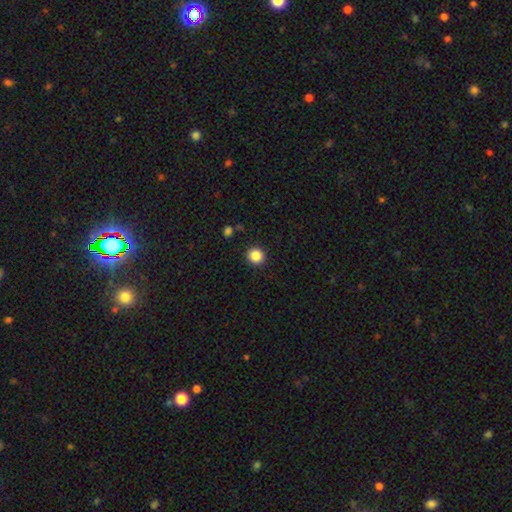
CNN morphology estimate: type=smooth (86%); roundness=round (93%); merging=none (92%).